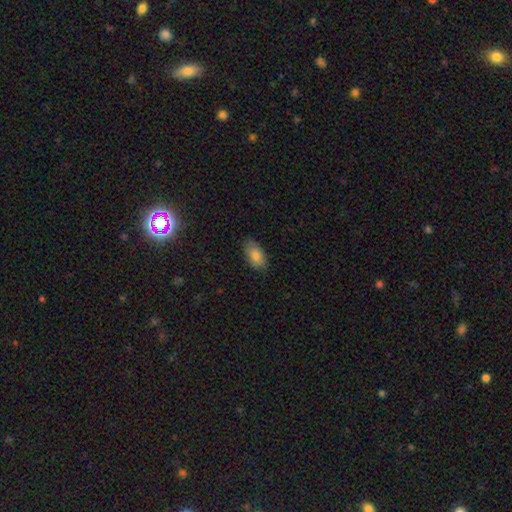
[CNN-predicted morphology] The model was most divided on "merging": none: 82%, minor disturbance: 15%, major disturbance: 3%, merger: 1%. More confident: how rounded — in between (93%); smooth or featured — smooth (83%).